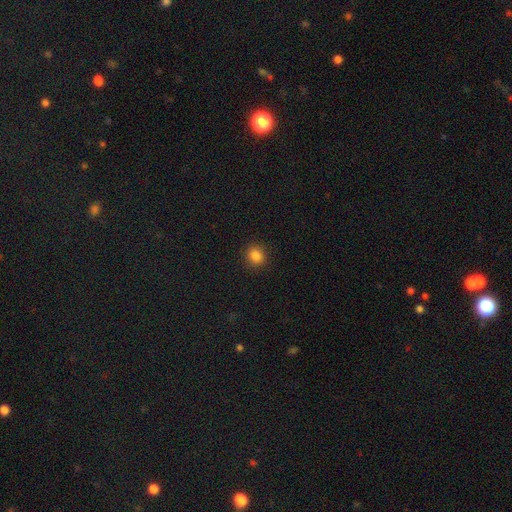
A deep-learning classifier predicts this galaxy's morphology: This appears to be a smooth galaxy with no disk features (85%) that is round (80%). Merging: none (91%).